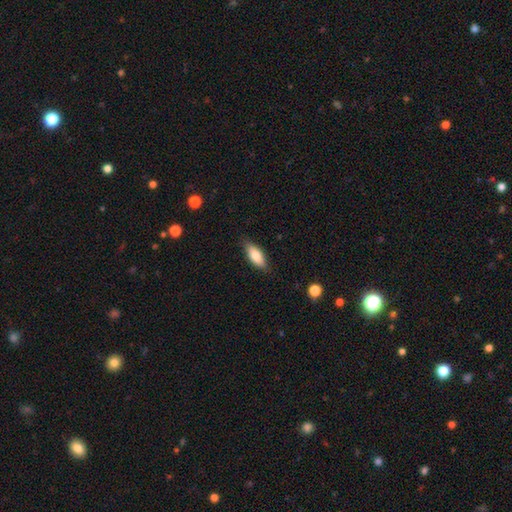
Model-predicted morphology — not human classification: This is likely a smooth galaxy (79%). How rounded: likely in between (76%). Merging: clearly none (82%).